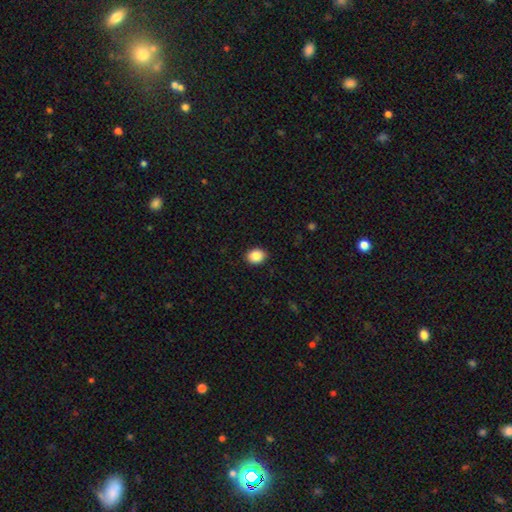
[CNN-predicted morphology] smooth 88%, star or artifact 9%, featured or disk 4%. Down the decision tree: how rounded — in between (51%); merging — none (91%).